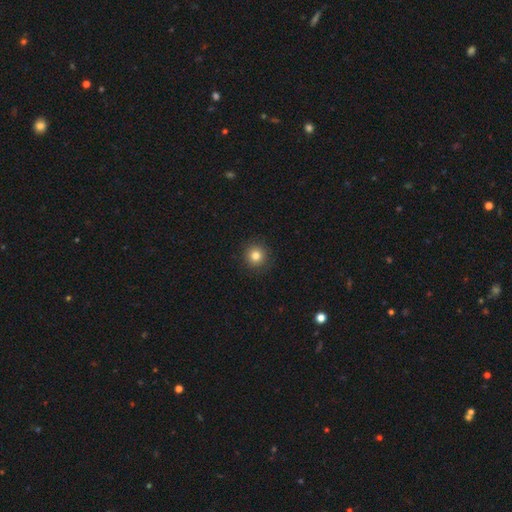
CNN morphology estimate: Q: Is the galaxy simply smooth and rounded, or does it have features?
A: smooth — 81%.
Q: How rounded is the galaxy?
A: round — 95%.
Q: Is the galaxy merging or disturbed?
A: none — 92%.